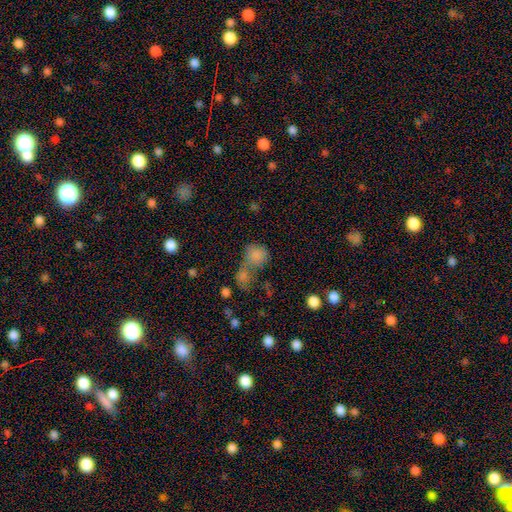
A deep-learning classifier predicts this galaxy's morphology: A smooth galaxy with no disk features (80%) that is round (74%).

Vote fractions:
- Smooth or featured? smooth: 80% / star or artifact: 11% / featured or disk: 9%
- How rounded? round: 74% / in between: 24% / cigar-shaped: 2%
- Merging? merger: 58% / none: 27% / minor disturbance: 9% / major disturbance: 7%